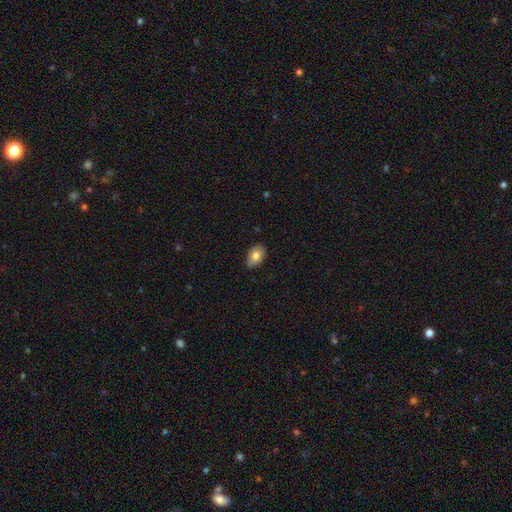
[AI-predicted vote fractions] This is likely a smooth galaxy (78%). How rounded: clearly in between (83%). Merging: likely none (77%).